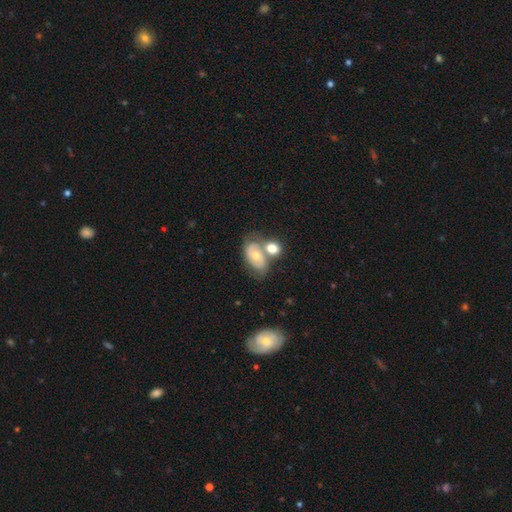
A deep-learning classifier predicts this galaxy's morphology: Smooth or featured: featured or disk — 51% (smooth — 41%)
Edge-on disk: no — 94% (yes — 6%)
Merging: merger — 41% (none — 37%)